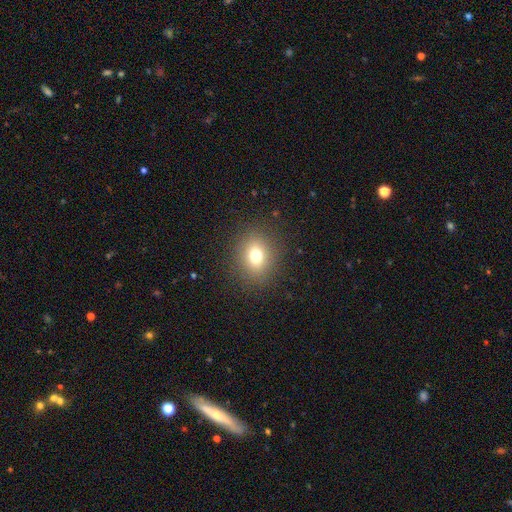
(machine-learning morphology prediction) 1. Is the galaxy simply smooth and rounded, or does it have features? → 72% smooth, 16% star or artifact, 12% featured or disk.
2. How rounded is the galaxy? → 62% round, 37% in between, 1% cigar-shaped.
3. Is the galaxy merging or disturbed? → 88% none, 7% minor disturbance, 4% major disturbance, 1% merger.